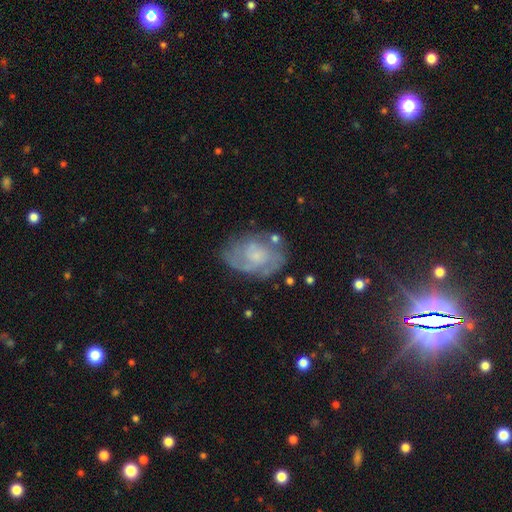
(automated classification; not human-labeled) Q: Smooth or featured?
A: featured or disk (69%); runner-up: smooth (23%)
Q: Edge-on disk?
A: no (97%); runner-up: yes (3%)
Q: Bar?
A: no (70%); runner-up: weak (27%)
Q: Spiral arms?
A: yes (84%); runner-up: no (16%)
Q: Spiral winding?
A: tight (45%); runner-up: medium (39%)
Q: Spiral arm count?
A: can't tell (37%); runner-up: 2 (35%)
Q: Bulge size?
A: small (47%); runner-up: none (24%)
Q: Merging?
A: none (63%); runner-up: minor disturbance (22%)